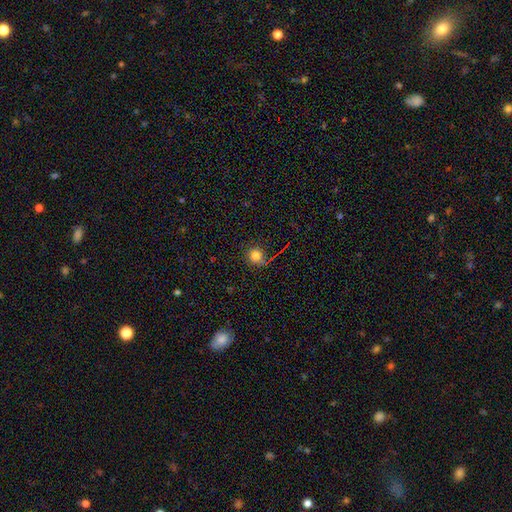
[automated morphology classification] Smooth or featured?
  - smooth: 80% *
  - star or artifact: 14%
  - featured or disk: 7%
How rounded?
  - round: 91% *
  - in between: 8%
  - cigar-shaped: 1%
Merging?
  - none: 79% *
  - minor disturbance: 12%
  - major disturbance: 5%
  - merger: 3%